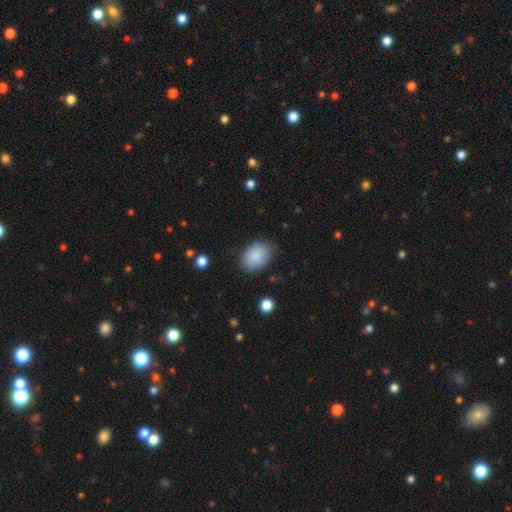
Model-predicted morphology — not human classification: This is clearly a smooth galaxy (88%). How rounded: clearly in between (80%). Merging: likely none (78%).